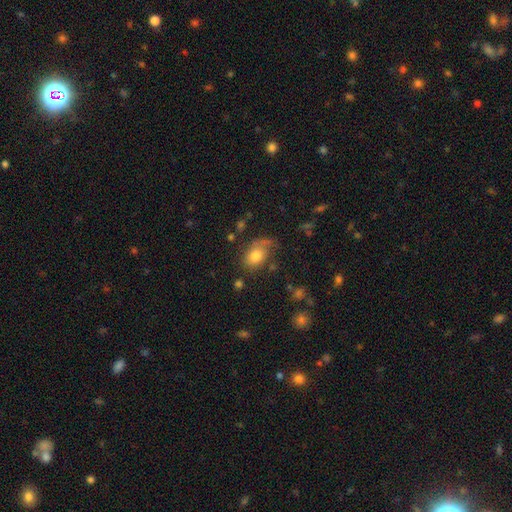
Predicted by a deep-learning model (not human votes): Q: Smooth or featured?
A: smooth (72%); runner-up: featured or disk (18%)
Q: How rounded?
A: in between (78%); runner-up: round (20%)
Q: Merging?
A: none (52%); runner-up: minor disturbance (26%)